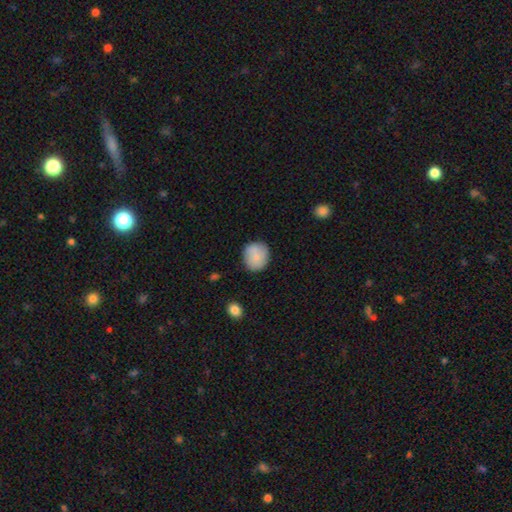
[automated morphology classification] A smooth galaxy with no disk features (85%) that is round (78%).

Vote fractions:
- Smooth or featured? smooth: 85% / featured or disk: 8% / star or artifact: 7%
- How rounded? round: 78% / in between: 21% / cigar-shaped: 1%
- Merging? none: 80% / minor disturbance: 15% / major disturbance: 3% / merger: 2%